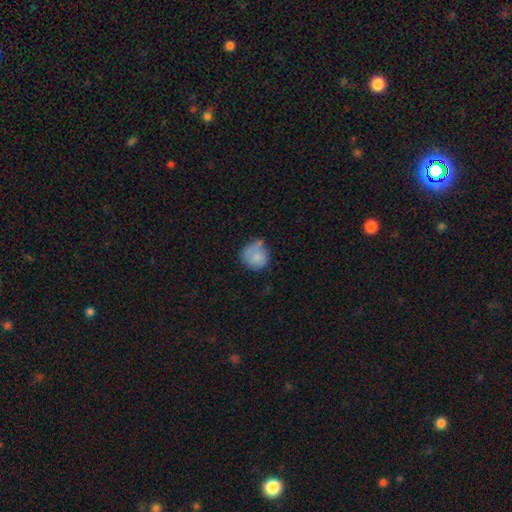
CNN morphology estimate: Overall: smooth (75%). How rounded: round (86%). Merging: none (50%; minor disturbance 30%).